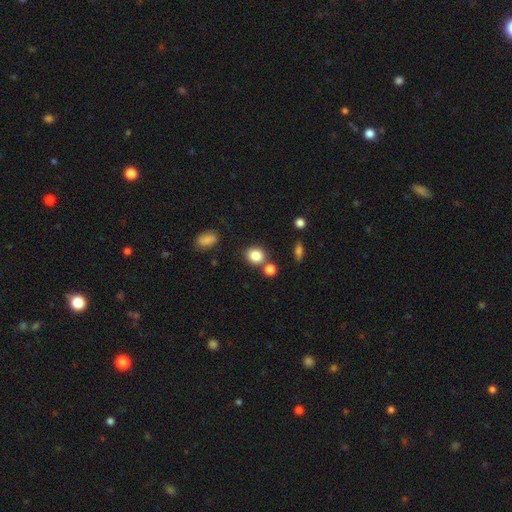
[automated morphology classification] Smooth or featured? smooth (83%)
How rounded? round (67%)
Merging? none (69%)